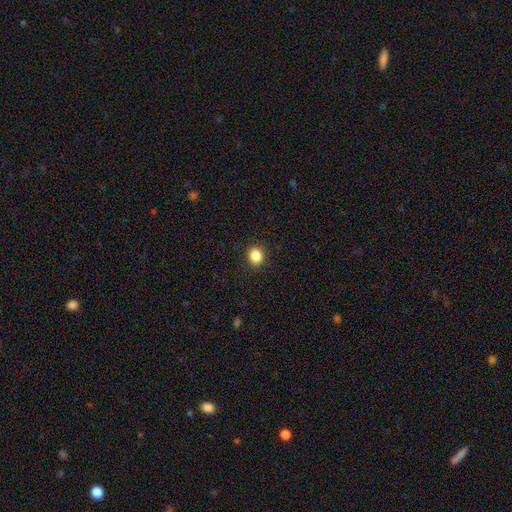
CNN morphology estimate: Smooth or featured? smooth (87%)
How rounded? round (72%)
Merging? none (91%)